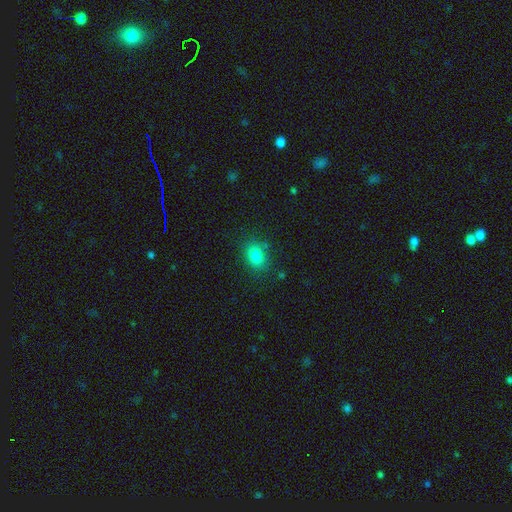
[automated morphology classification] smooth-or-featured: smooth: 81% | star or artifact: 11% | featured or disk: 7%
  how-rounded: in between: 69% | round: 29% | cigar-shaped: 1%
  merging: none: 83% | minor disturbance: 11% | major disturbance: 3% | merger: 3%